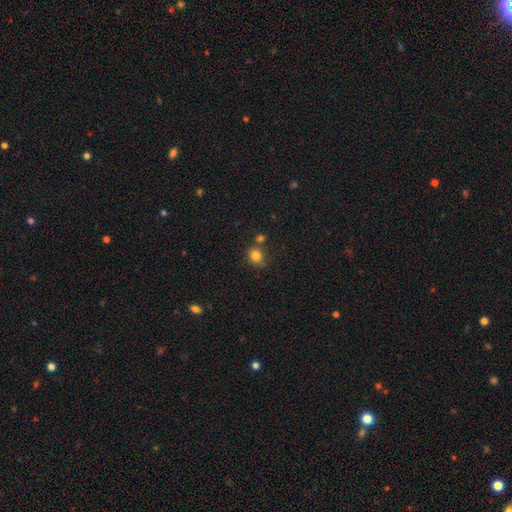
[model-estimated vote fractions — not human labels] Smooth or featured: smooth — 82% (star or artifact — 12%)
How rounded: round — 78% (in between — 21%)
Merging: none — 67% (merger — 15%)